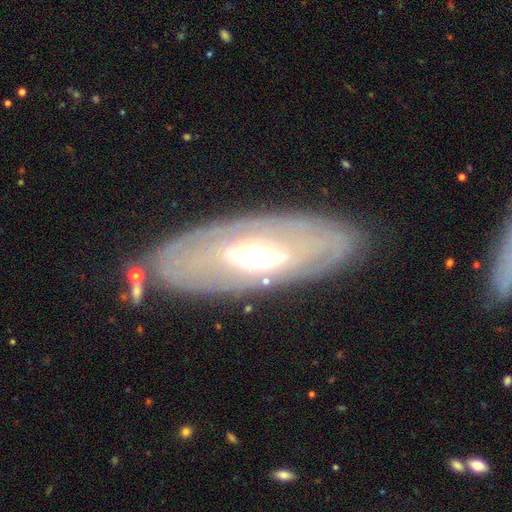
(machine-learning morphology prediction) Smooth or featured? featured or disk (71%)
Edge-on disk? no (79%)
Bar? no (54%)
Spiral arms? no (58%)
Bulge size? moderate (62%)
Merging? none (82%)